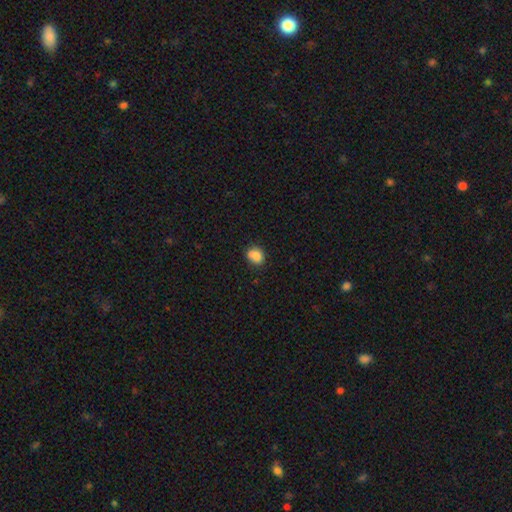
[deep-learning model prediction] A smooth galaxy with no disk features (83%) that is round (61%).

Vote fractions:
- Smooth or featured? smooth: 83% / star or artifact: 10% / featured or disk: 7%
- How rounded? round: 61% / in between: 38% / cigar-shaped: 1%
- Merging? none: 66% / minor disturbance: 21% / merger: 9% / major disturbance: 4%